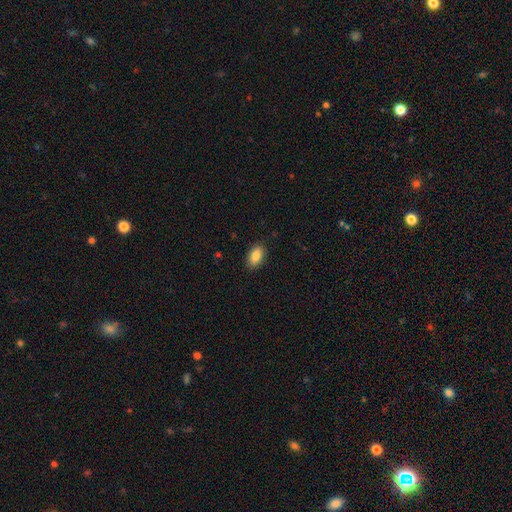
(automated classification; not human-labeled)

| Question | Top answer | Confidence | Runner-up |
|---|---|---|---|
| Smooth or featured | smooth | 87% | star or artifact (7%) |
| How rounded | in between | 92% | round (5%) |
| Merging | none | 87% | minor disturbance (10%) |